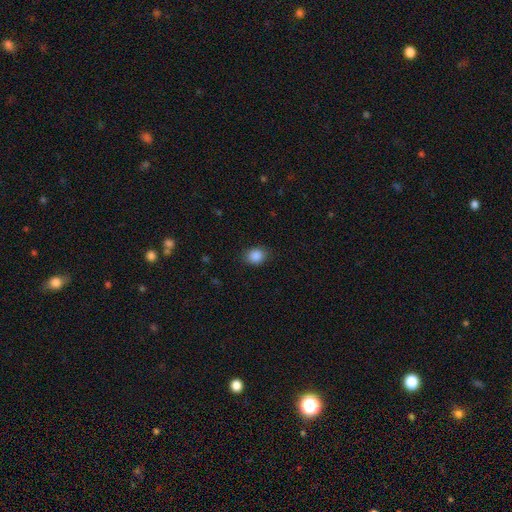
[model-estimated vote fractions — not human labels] Morphology: type=smooth (87%); roundness=round (56%); merging=none (85%).